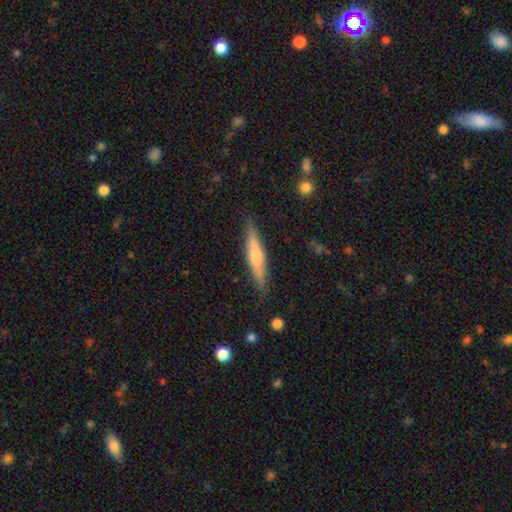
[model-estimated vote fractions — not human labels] This is possibly a smooth galaxy (52%). How rounded: clearly cigar-shaped (89%). Merging: clearly none (86%).